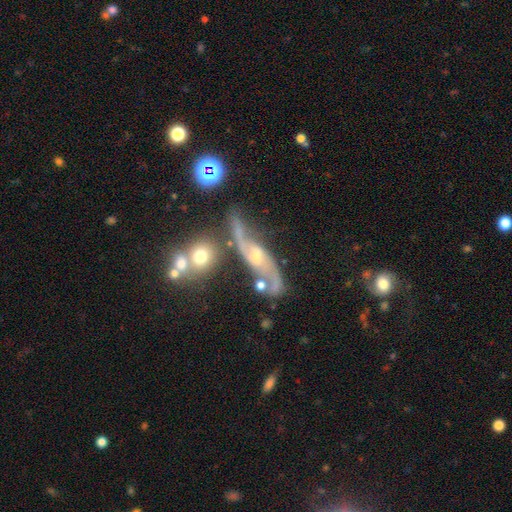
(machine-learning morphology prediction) Q: Smooth or featured?
A: featured or disk (78%); runner-up: smooth (11%)
Q: Edge-on disk?
A: no (77%); runner-up: yes (23%)
Q: Bar?
A: no (53%); runner-up: weak (34%)
Q: Spiral arms?
A: yes (91%); runner-up: no (9%)
Q: Spiral winding?
A: loose (65%); runner-up: medium (26%)
Q: Spiral arm count?
A: 2 (87%); runner-up: can't tell (6%)
Q: Bulge size?
A: moderate (49%); runner-up: small (39%)
Q: Merging?
A: none (50%); runner-up: minor disturbance (19%)